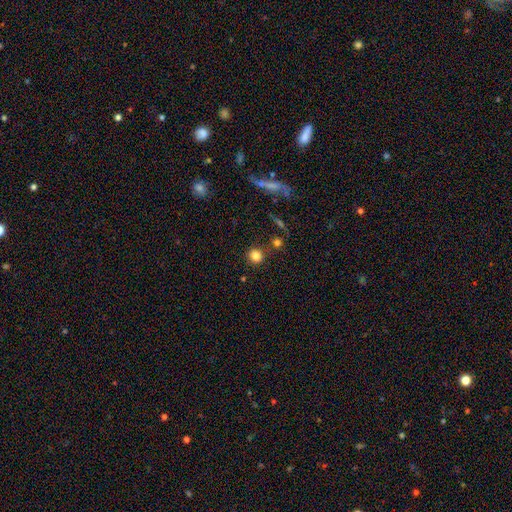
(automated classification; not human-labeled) A smooth galaxy with no disk features (82%) that is round (87%).

Vote fractions:
- Smooth or featured? smooth: 82% / star or artifact: 12% / featured or disk: 6%
- How rounded? round: 87% / in between: 11% / cigar-shaped: 1%
- Merging? none: 79% / minor disturbance: 9% / merger: 7% / major disturbance: 4%